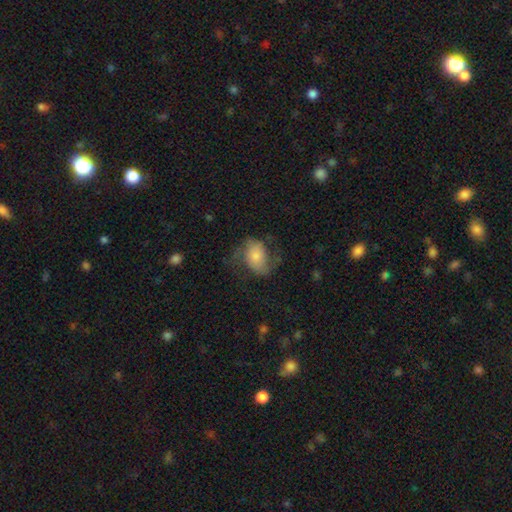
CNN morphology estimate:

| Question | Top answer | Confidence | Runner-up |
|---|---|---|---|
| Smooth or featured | featured or disk | 52% | smooth (39%) |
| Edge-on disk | no | 97% | yes (3%) |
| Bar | no | 63% | weak (27%) |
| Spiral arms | yes | 86% | no (14%) |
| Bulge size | small | 38% | moderate (34%) |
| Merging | none | 58% | minor disturbance (21%) |